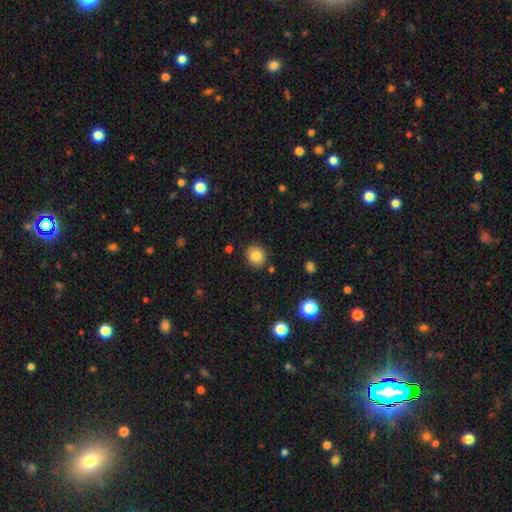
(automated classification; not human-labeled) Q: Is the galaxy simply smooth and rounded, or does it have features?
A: smooth — 83%.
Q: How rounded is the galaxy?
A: round — 75%.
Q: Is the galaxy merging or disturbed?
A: none — 86%.